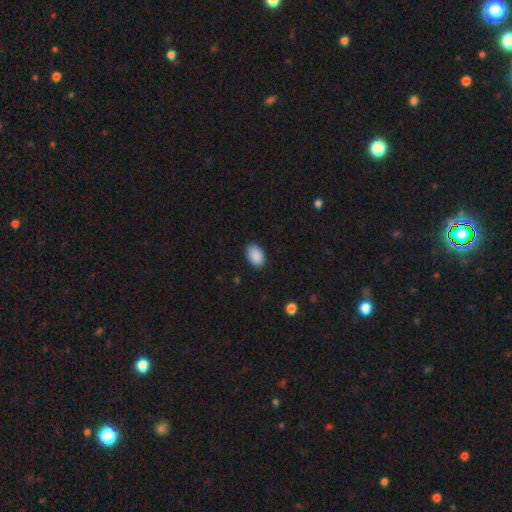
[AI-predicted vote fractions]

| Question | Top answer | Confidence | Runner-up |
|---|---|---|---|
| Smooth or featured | smooth | 90% | star or artifact (7%) |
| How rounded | in between | 91% | round (8%) |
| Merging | none | 88% | minor disturbance (9%) |